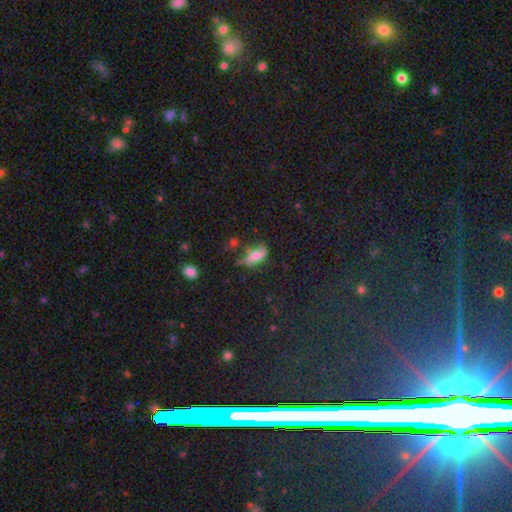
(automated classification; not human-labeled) The model was most divided on "smooth or featured": smooth: 49%, featured or disk: 38%, star or artifact: 13%. Remaining: merging — none (43%).